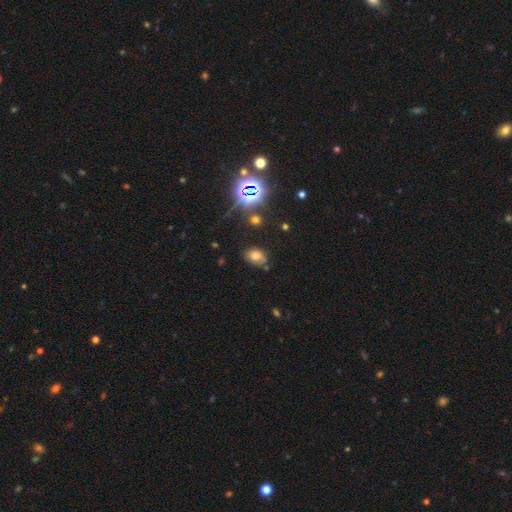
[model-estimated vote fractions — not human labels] Morphology: type=smooth (67%); roundness=in between (83%); merging=none (71%).